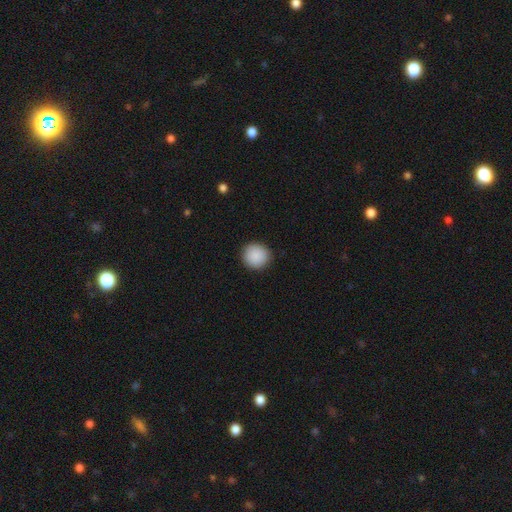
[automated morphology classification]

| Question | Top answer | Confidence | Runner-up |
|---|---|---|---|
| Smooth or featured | smooth | 90% | star or artifact (7%) |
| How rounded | round | 93% | in between (6%) |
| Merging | none | 91% | minor disturbance (6%) |